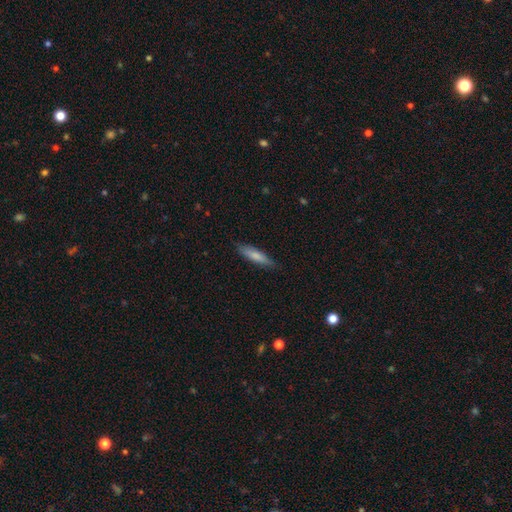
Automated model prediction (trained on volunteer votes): smooth-or-featured: smooth: 75% | featured or disk: 19% | star or artifact: 6%
  how-rounded: cigar-shaped: 76% | in between: 22% | round: 1%
  merging: none: 84% | minor disturbance: 13% | major disturbance: 2% | merger: 1%